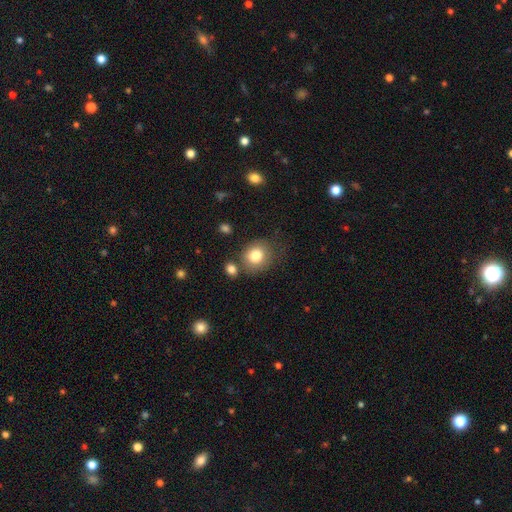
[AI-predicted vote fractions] Q: Smooth or featured?
A: smooth (81%); runner-up: featured or disk (10%)
Q: How rounded?
A: round (75%); runner-up: in between (24%)
Q: Merging?
A: none (69%); runner-up: minor disturbance (16%)